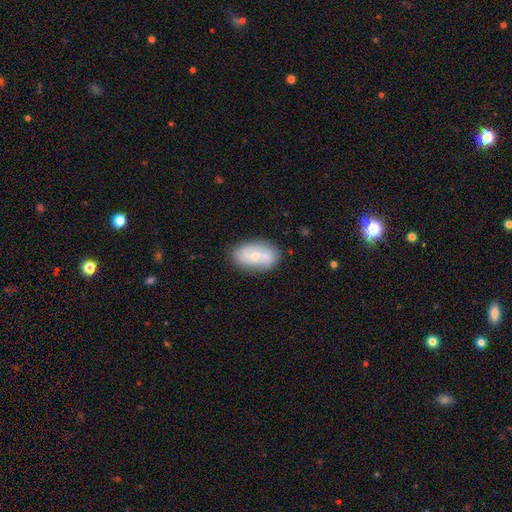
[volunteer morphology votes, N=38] smooth_or_featured: featured or disk (p=0.79) [alt: smooth p=0.18]
disk_edge_on: no (p=1.00)
bar: no (p=0.57) [alt: weak p=0.30]
has_spiral_arms: yes (p=0.97) [alt: no p=0.03]
spiral_winding: medium (p=0.52) [alt: tight p=0.28]
spiral_arm_count: 2 (p=0.59) [alt: 3 p=0.21]
bulge_size: moderate (p=0.63) [alt: small p=0.37]
merging: none (p=0.81) [alt: minor disturbance p=0.14]